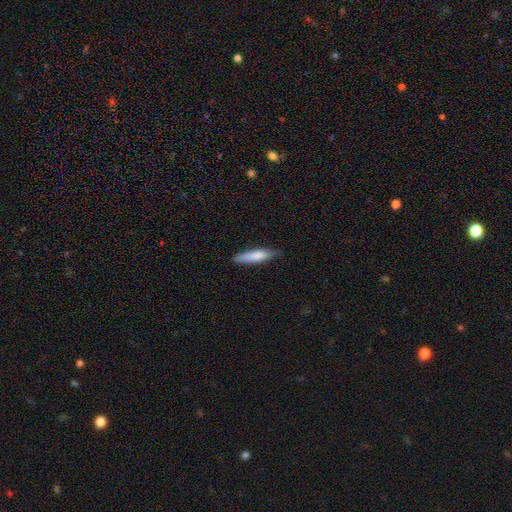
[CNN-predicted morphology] Smooth or featured? Predicted: smooth (p=0.77). How rounded? Predicted: cigar-shaped (p=0.76). Merging? Predicted: none (p=0.75).